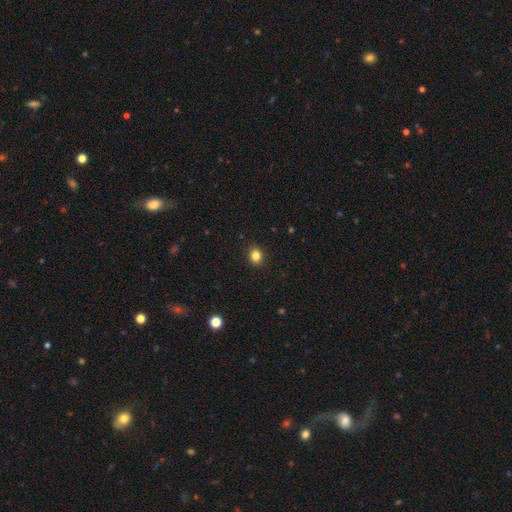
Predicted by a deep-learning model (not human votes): This appears to be a smooth galaxy with no disk features (83%) that is round (62%). Merging: none (91%).